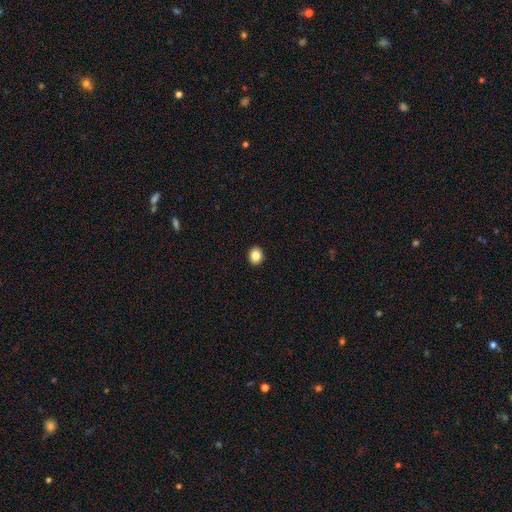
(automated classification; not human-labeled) Q: Smooth or featured?
A: smooth (84%); runner-up: star or artifact (10%)
Q: How rounded?
A: round (75%); runner-up: in between (24%)
Q: Merging?
A: none (93%); runner-up: minor disturbance (5%)